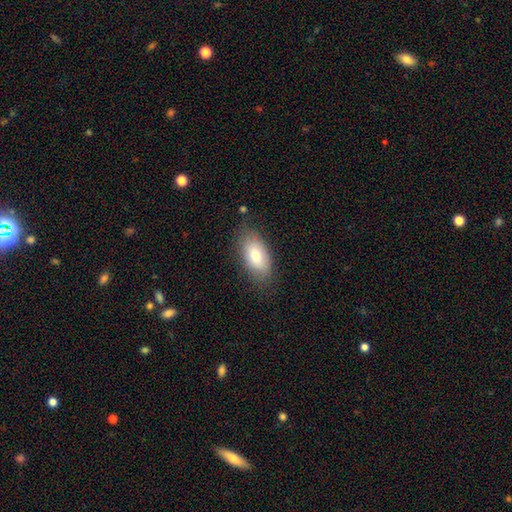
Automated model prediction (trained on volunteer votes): Q: Smooth or featured?
A: smooth (75%); runner-up: featured or disk (18%)
Q: How rounded?
A: in between (92%); runner-up: cigar-shaped (4%)
Q: Merging?
A: none (79%); runner-up: minor disturbance (16%)